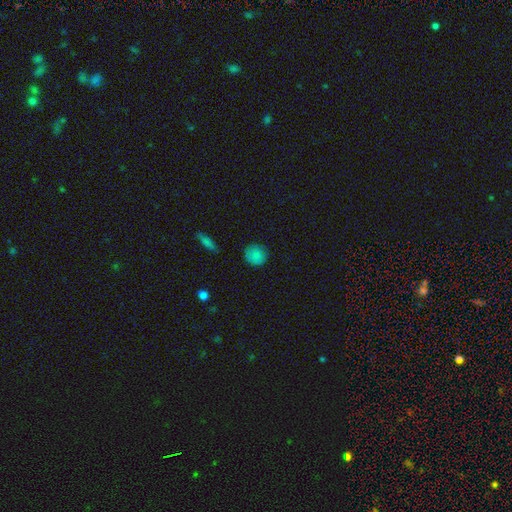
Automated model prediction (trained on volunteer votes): The model was most divided on "merging": none: 83%, minor disturbance: 12%, major disturbance: 3%, merger: 1%. More confident: how rounded — round (90%); smooth or featured — smooth (83%).